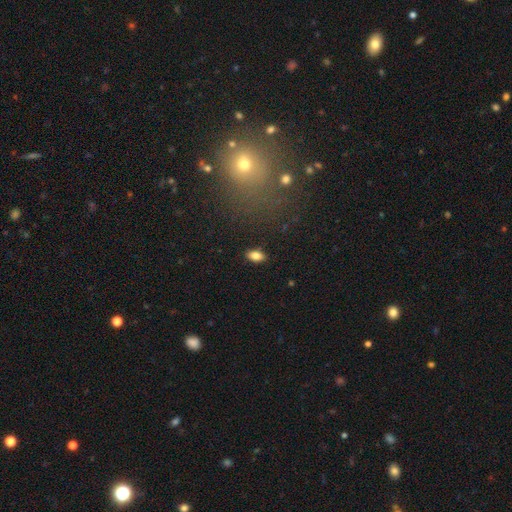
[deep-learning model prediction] The model was most divided on "smooth or featured": smooth: 82%, star or artifact: 9%, featured or disk: 9%. More confident: how rounded — in between (91%); merging — none (88%).